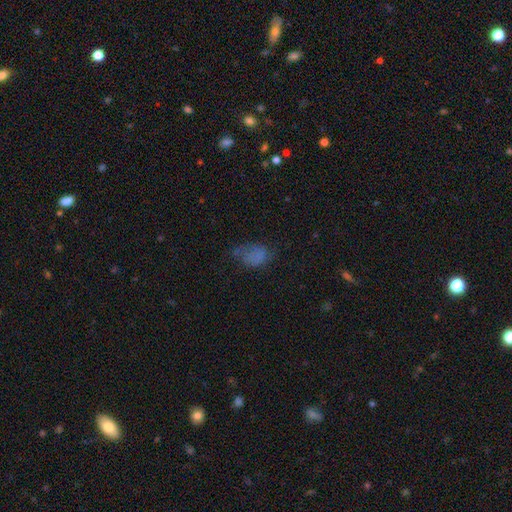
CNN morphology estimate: Smooth or featured: smooth — 64% (featured or disk — 19%)
How rounded: in between — 80% (round — 18%)
Merging: none — 40% (minor disturbance — 29%)